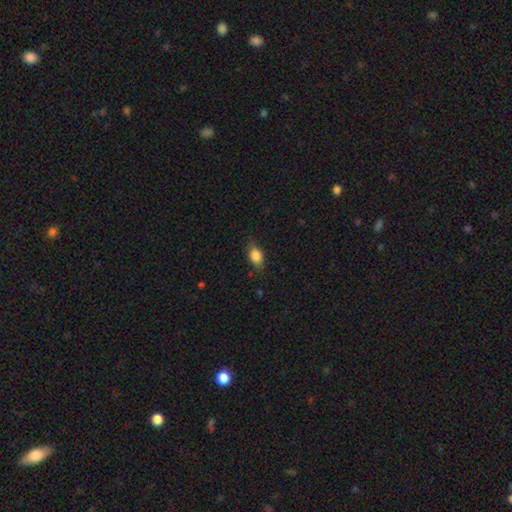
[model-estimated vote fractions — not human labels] A smooth galaxy with no disk features (83%) that is in between round and cigar-shaped (75%). Merging: none (75%).